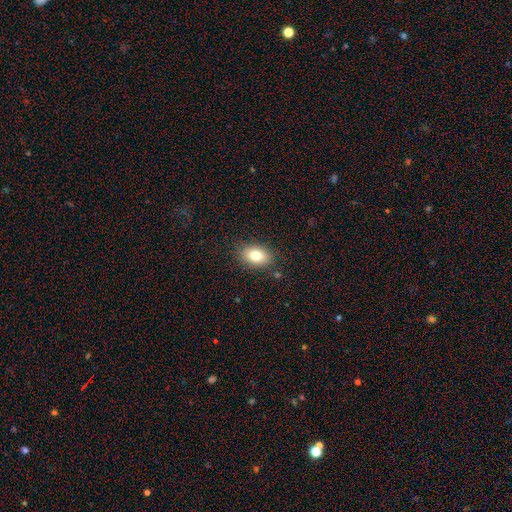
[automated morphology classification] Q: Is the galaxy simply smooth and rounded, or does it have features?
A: smooth — 78%.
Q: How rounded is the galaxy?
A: in between — 79%.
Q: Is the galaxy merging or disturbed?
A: none — 84%.